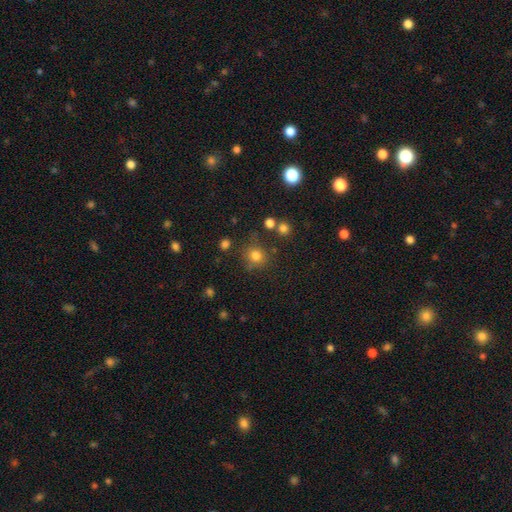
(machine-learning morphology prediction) Smooth or featured: smooth — 79% (star or artifact — 14%)
How rounded: round — 87% (in between — 12%)
Merging: none — 76% (minor disturbance — 13%)